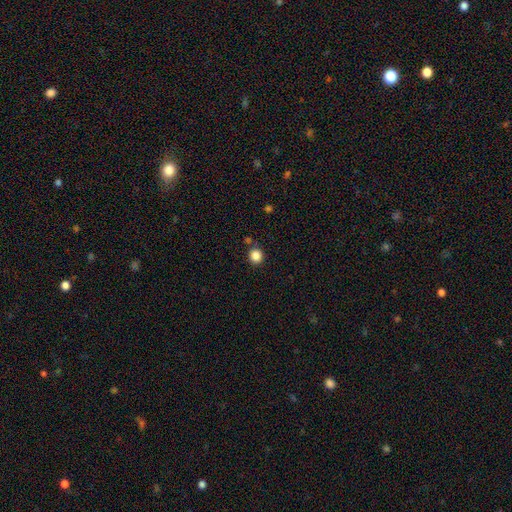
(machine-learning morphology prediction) A smooth galaxy with no disk features (86%) that is round (89%).

Vote fractions:
- Smooth or featured? smooth: 86% / star or artifact: 11% / featured or disk: 3%
- How rounded? round: 89% / in between: 10% / cigar-shaped: 1%
- Merging? none: 83% / minor disturbance: 8% / merger: 6% / major disturbance: 3%